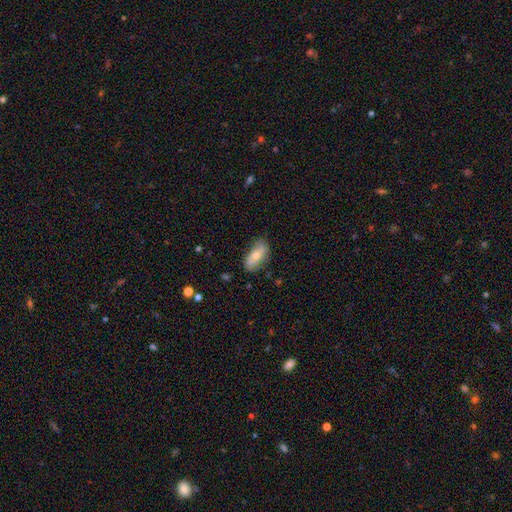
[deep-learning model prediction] Smooth or featured: smooth — 60% (featured or disk — 33%)
How rounded: in between — 86% (cigar-shaped — 10%)
Merging: none — 73% (minor disturbance — 21%)